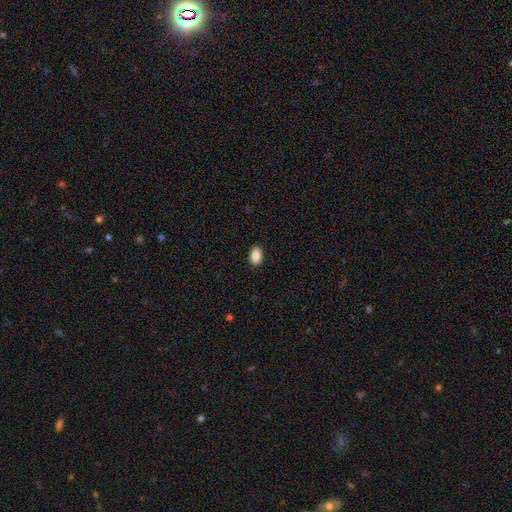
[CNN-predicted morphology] Smooth or featured? Predicted: smooth (p=0.88). How rounded? Predicted: in between (p=0.89). Merging? Predicted: none (p=0.90).